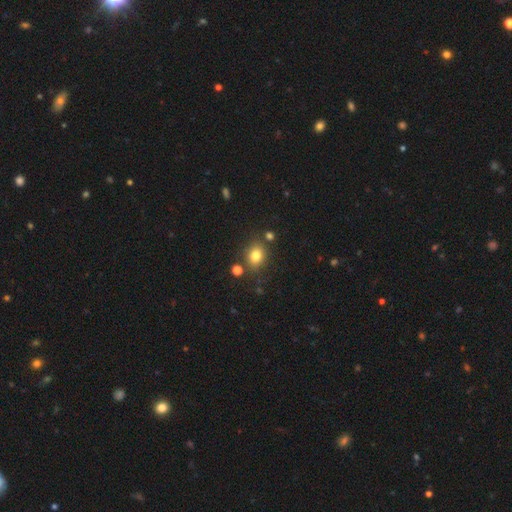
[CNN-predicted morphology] smooth-or-featured: smooth: 78% | star or artifact: 13% | featured or disk: 8%
  how-rounded: round: 57% | in between: 42% | cigar-shaped: 1%
  merging: none: 77% | minor disturbance: 12% | merger: 7% | major disturbance: 4%